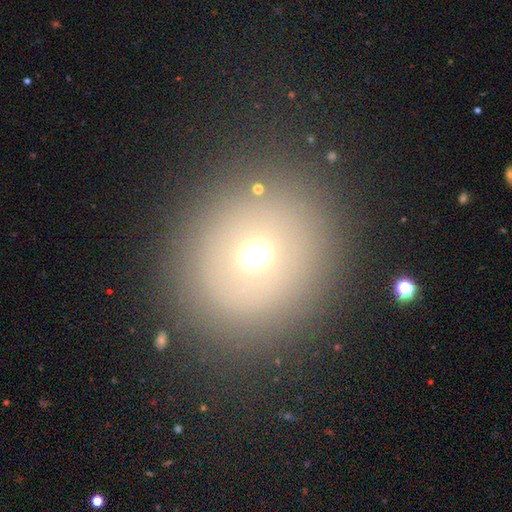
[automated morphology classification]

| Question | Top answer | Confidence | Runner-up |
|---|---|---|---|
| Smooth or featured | smooth | 62% | star or artifact (23%) |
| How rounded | round | 82% | in between (17%) |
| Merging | none | 85% | minor disturbance (8%) |